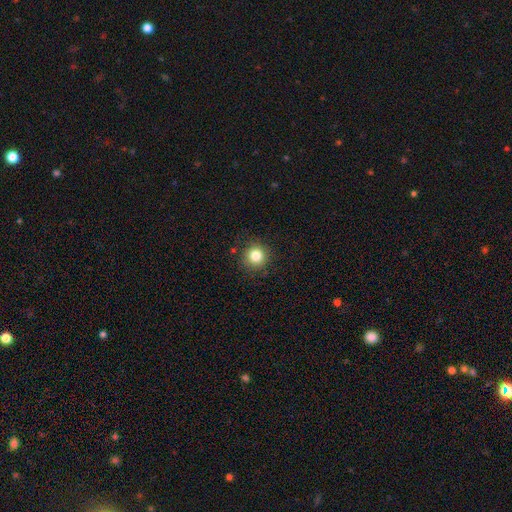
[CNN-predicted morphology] Q: Smooth or featured?
A: smooth (82%); runner-up: star or artifact (12%)
Q: How rounded?
A: round (94%); runner-up: in between (5%)
Q: Merging?
A: none (89%); runner-up: minor disturbance (8%)